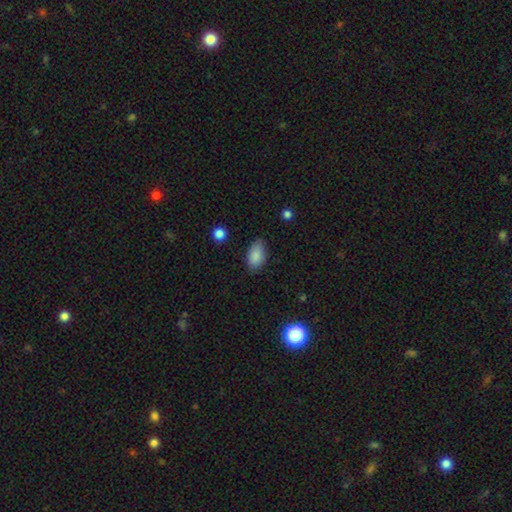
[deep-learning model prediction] Overall: smooth (87%). How rounded: in between (93%). Merging: none (74%).